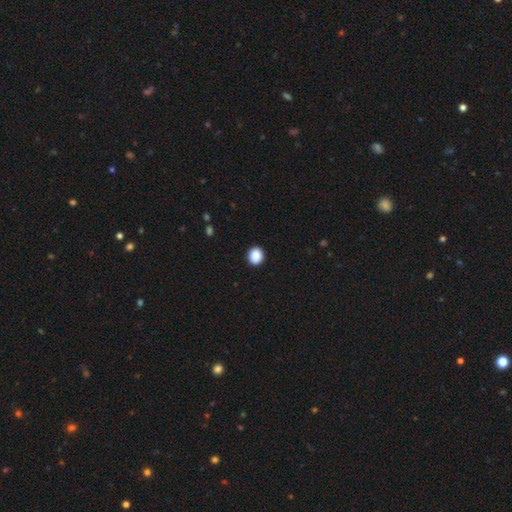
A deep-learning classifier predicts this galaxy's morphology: smooth_or_featured: smooth (p=0.89) [alt: star or artifact p=0.09]
how_rounded: round (p=0.79) [alt: in between p=0.20]
merging: none (p=0.92) [alt: minor disturbance p=0.06]